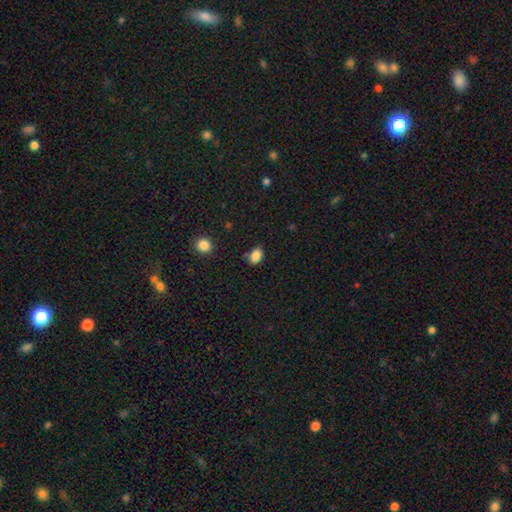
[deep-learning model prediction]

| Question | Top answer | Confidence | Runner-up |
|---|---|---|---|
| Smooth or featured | smooth | 86% | star or artifact (10%) |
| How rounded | in between | 77% | round (22%) |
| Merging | none | 72% | minor disturbance (20%) |